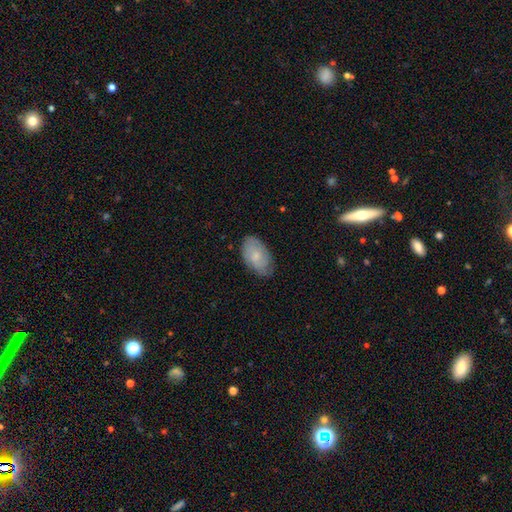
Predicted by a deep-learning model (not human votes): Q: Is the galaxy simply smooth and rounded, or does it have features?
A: smooth — 67%.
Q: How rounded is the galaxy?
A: in between — 94%.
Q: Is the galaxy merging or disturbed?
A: none — 74%.